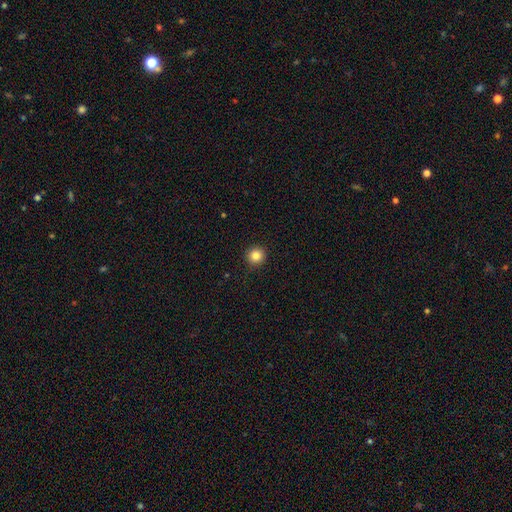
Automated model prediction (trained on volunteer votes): Morphology: type=smooth (83%); roundness=round (94%); merging=none (92%).